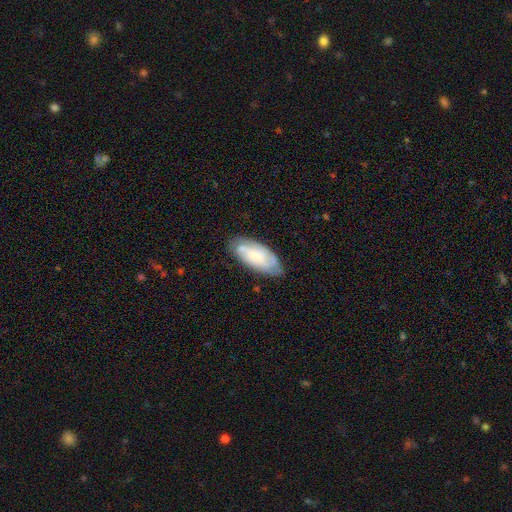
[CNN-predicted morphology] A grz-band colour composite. It shows a featured or disk galaxy (49%). Merging: none (71%).